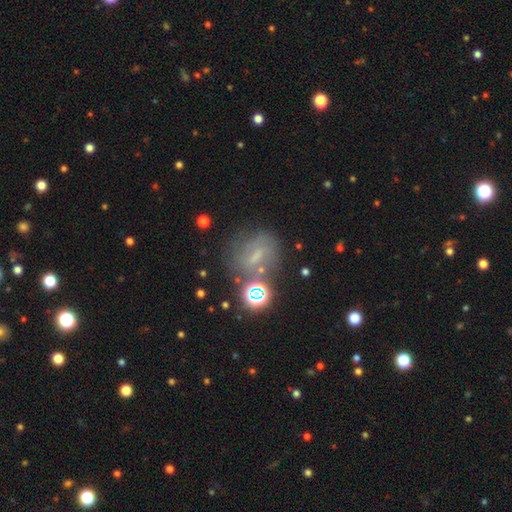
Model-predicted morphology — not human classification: Q: Smooth or featured?
A: smooth (37%); runner-up: featured or disk (36%)
Q: Merging?
A: none (54%); runner-up: minor disturbance (21%)